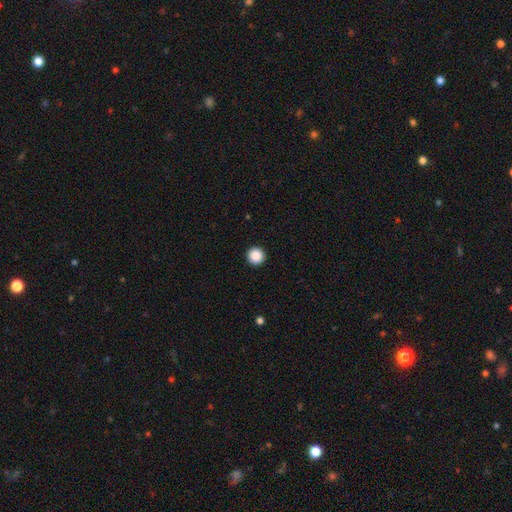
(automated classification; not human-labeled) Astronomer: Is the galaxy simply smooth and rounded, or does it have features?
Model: smooth — 89%.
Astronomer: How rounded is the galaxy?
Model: round — 96%.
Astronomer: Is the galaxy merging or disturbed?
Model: none — 94%.